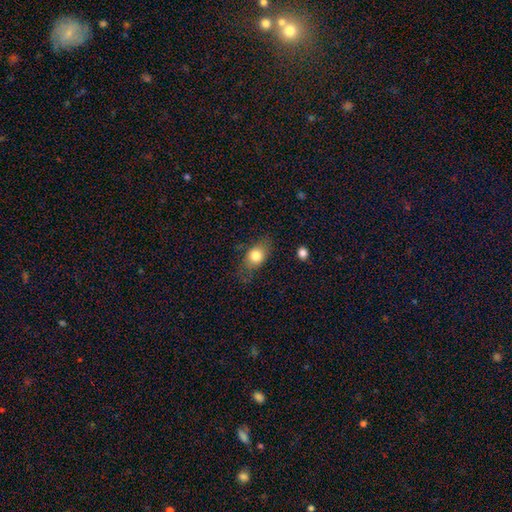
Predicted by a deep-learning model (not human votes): This is likely a smooth galaxy (77%). How rounded: likely in between (72%). Merging: likely none (69%).